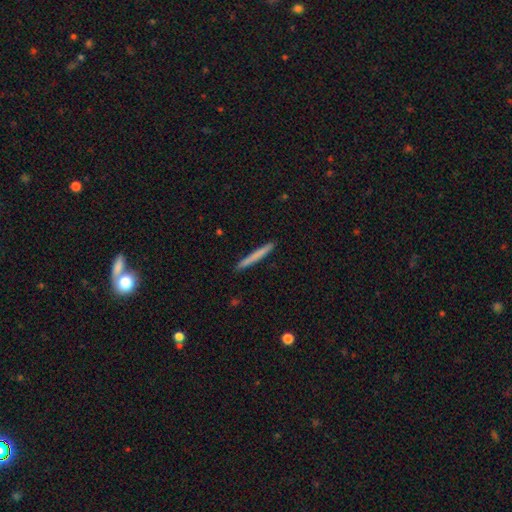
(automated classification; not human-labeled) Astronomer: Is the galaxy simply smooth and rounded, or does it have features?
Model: smooth — 70%.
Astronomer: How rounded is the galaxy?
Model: cigar-shaped — 97%.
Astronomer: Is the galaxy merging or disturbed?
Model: none — 92%.